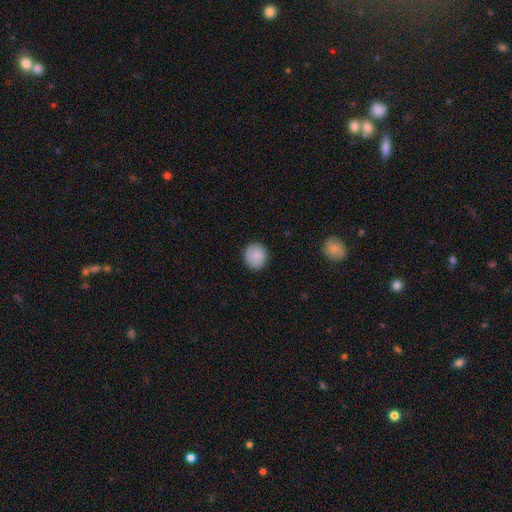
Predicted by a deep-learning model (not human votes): smooth 88%, star or artifact 8%, featured or disk 5%. Down the decision tree: how rounded — round (89%); merging — none (88%).